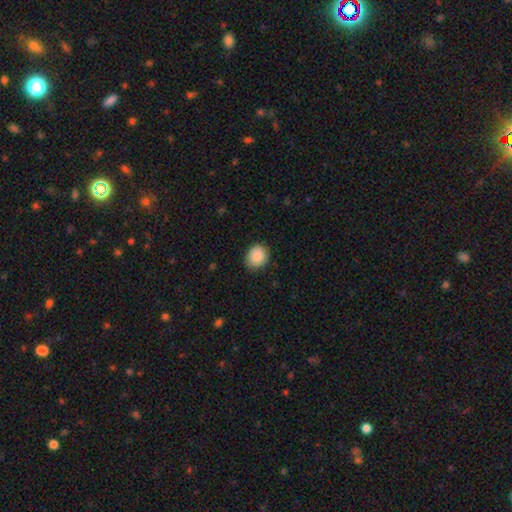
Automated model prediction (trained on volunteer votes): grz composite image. It shows a smooth galaxy with no disk features (89%) that is round (65%). Merging: none (84%).